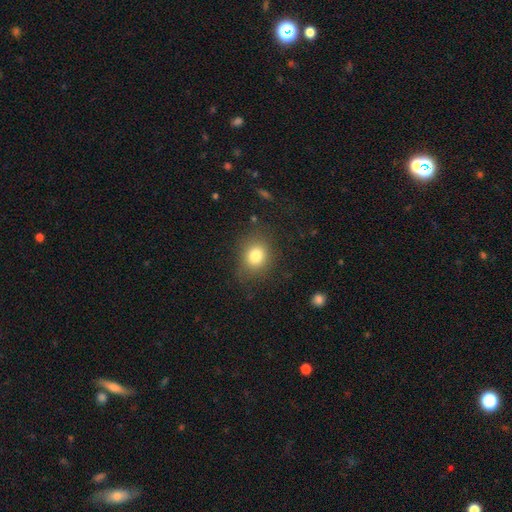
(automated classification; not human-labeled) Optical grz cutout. It shows a smooth galaxy with no disk features (80%) that is round (64%). Merging: none (79%).